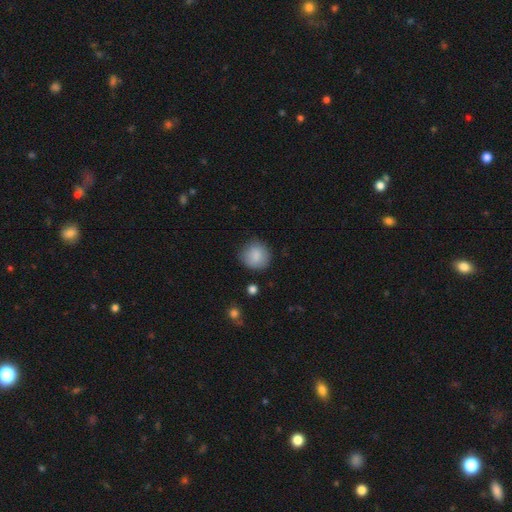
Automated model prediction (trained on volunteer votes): Smooth or featured? Predicted: smooth (p=0.86). How rounded? Predicted: round (p=0.87). Merging? Predicted: none (p=0.79).